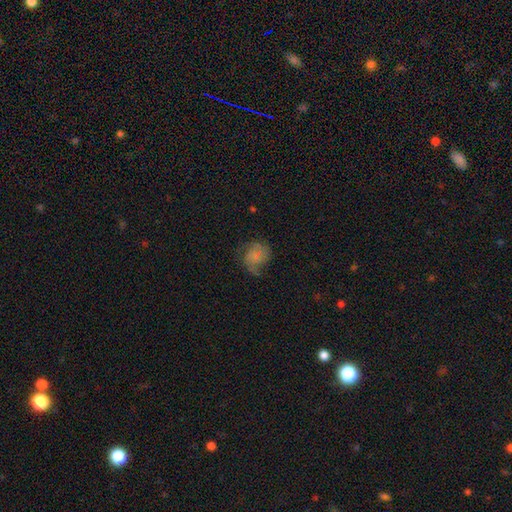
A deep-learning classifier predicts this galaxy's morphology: A featured or disk galaxy (61%) with no bar (71%), 2 (61%) medium (45%) spiral arms (88%) and a small central bulge (61%).

Vote fractions:
- Smooth or featured? featured or disk: 61% / smooth: 30% / star or artifact: 9%
- Edge-on disk? no: 98% / yes: 2%
- Bar? no: 71% / weak: 25% / strong: 4%
- Spiral arms? yes: 88% / no: 12%
- Spiral winding? medium: 45% / tight: 28% / loose: 27%
- Spiral arm count? 2: 61% / can't tell: 17% / 3: 9% / 1: 8% / 4: 3% / more than 4: 3%
- Bulge size? small: 61% / moderate: 18% / none: 17% / large: 2% / dominant: 1%
- Merging? none: 56% / minor disturbance: 24% / major disturbance: 18% / merger: 2%